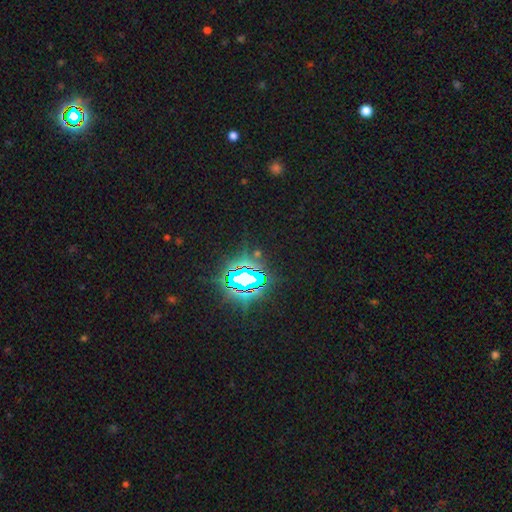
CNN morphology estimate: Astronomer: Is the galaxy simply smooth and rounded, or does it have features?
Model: star or artifact — 79%.